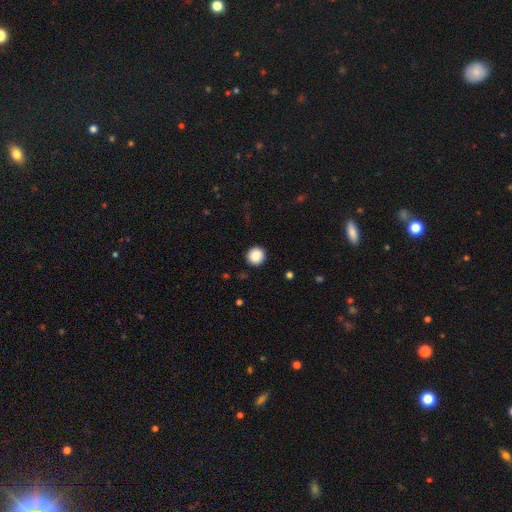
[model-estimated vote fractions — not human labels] Q: Smooth or featured?
A: smooth (87%); runner-up: star or artifact (9%)
Q: How rounded?
A: round (94%); runner-up: in between (5%)
Q: Merging?
A: none (92%); runner-up: minor disturbance (5%)